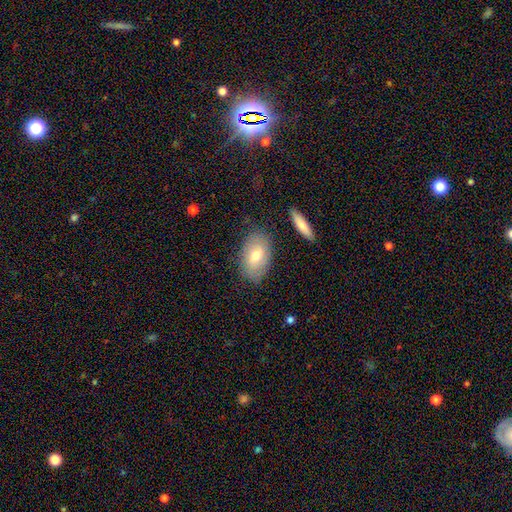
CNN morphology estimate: The model was most divided on "smooth or featured": smooth: 63%, featured or disk: 30%, star or artifact: 7%. More confident: how rounded — in between (90%); merging — none (81%).